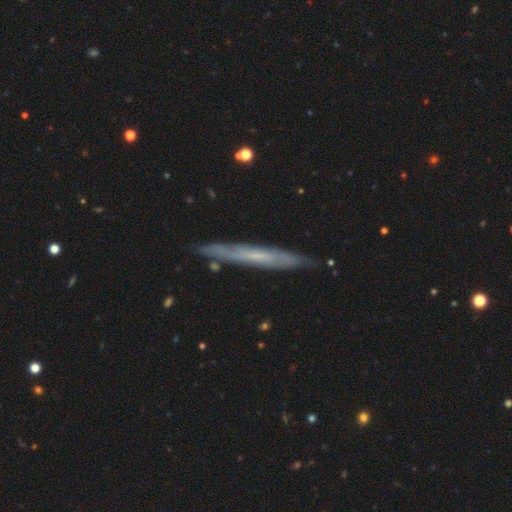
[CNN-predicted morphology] Overall: featured or disk (60%; smooth 34%). Edge-on disk: yes (89%). Edge-on bulge: none (82%). Merging: none (85%).